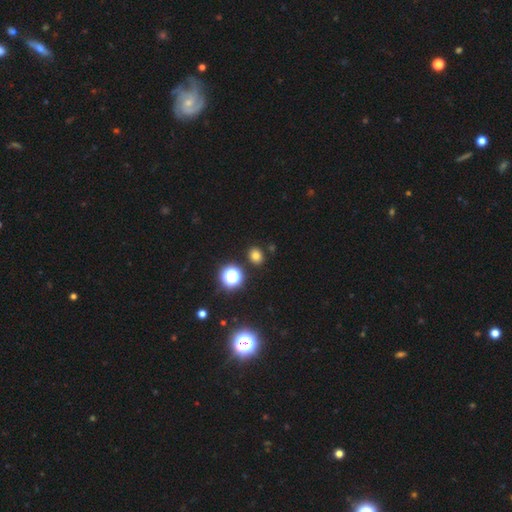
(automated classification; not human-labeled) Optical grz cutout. It shows a smooth galaxy with no disk features (73%) that is round (64%). Merging: none (87%).